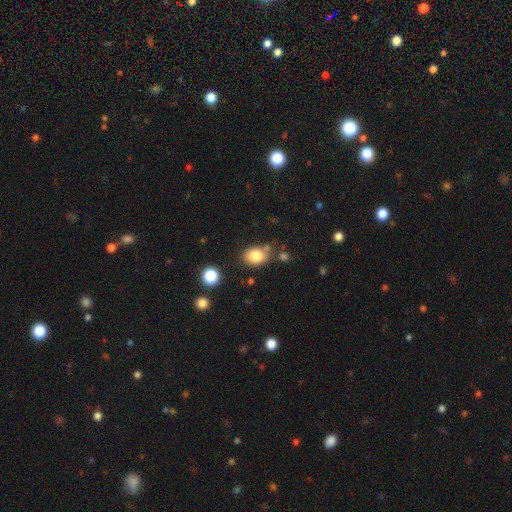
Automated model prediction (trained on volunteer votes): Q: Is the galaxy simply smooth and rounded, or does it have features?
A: smooth — 81%.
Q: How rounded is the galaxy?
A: in between — 63%.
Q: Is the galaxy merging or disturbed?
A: none — 68%.